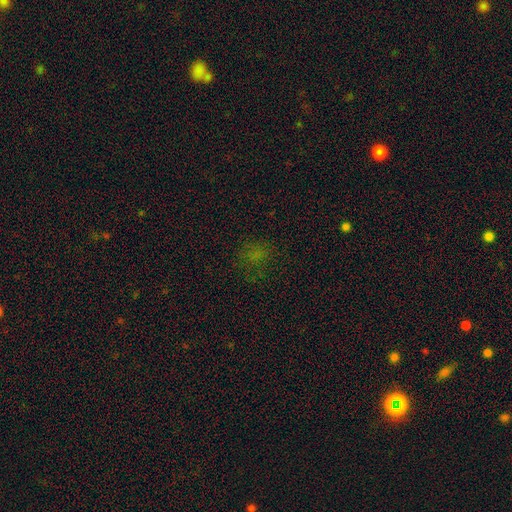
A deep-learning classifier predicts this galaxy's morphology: Q: Smooth or featured?
A: smooth (54%); runner-up: star or artifact (36%)
Q: How rounded?
A: round (62%); runner-up: in between (36%)
Q: Merging?
A: none (70%); runner-up: minor disturbance (17%)